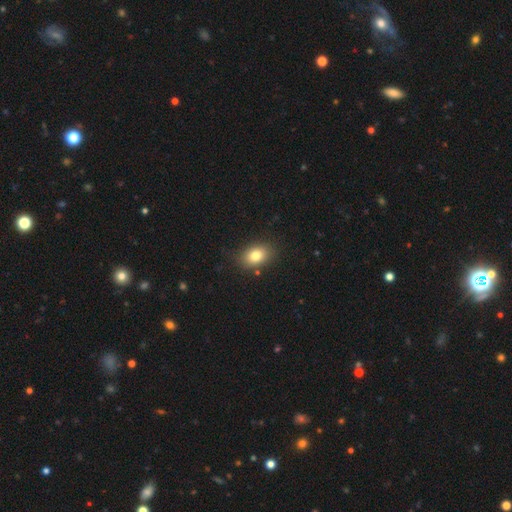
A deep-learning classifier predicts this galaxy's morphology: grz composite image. It shows a smooth galaxy with no disk features (80%) that is in between round and cigar-shaped (79%). Merging: none (84%).